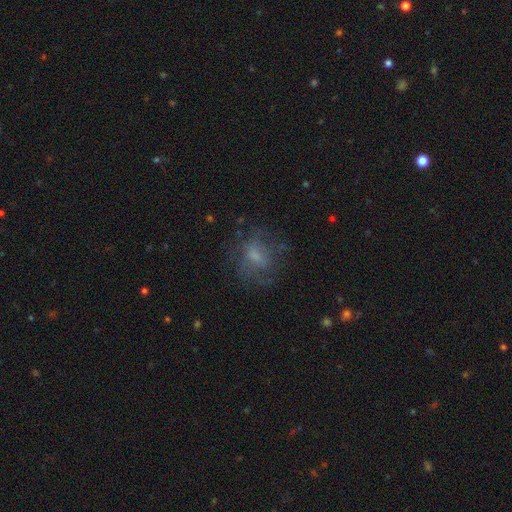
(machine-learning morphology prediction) A smooth galaxy with no disk features (46%). Merging: none (58%).